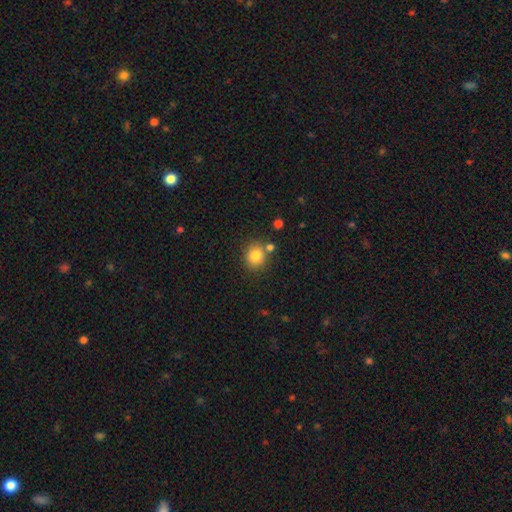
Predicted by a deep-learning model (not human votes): This appears to be a smooth galaxy with no disk features (82%) that is round (80%). Merging: none (73%).